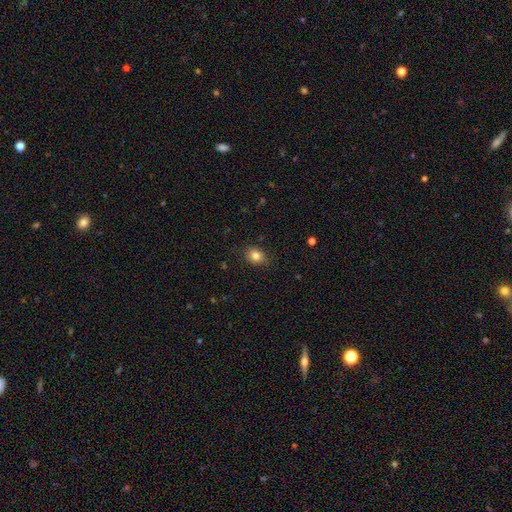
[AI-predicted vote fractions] smooth 82%, star or artifact 11%, featured or disk 7%. Down the decision tree: how rounded — in between (50%); merging — none (85%).